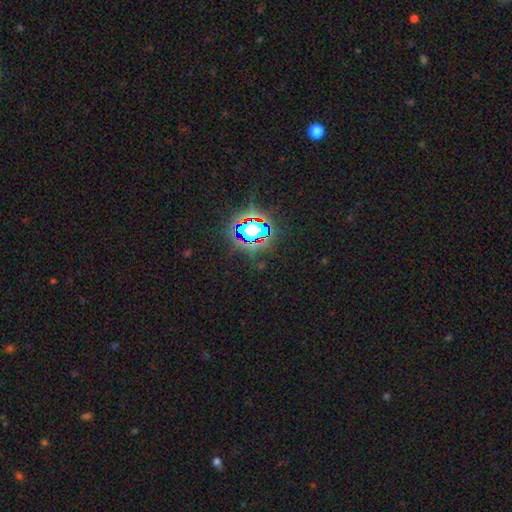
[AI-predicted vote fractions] Morphology: type=star or artifact (79%).